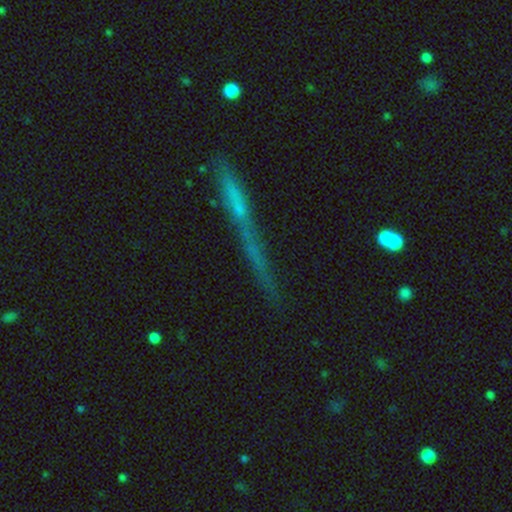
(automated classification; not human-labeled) A featured or disk galaxy (35%). Merging: none (77%).